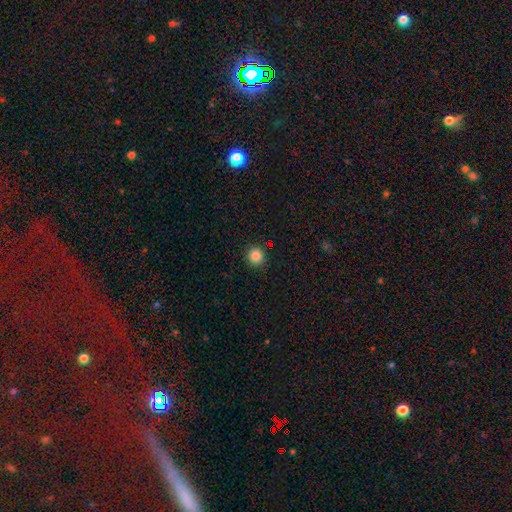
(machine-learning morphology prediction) type=smooth (84%); roundness=round (93%); merging=none (92%).